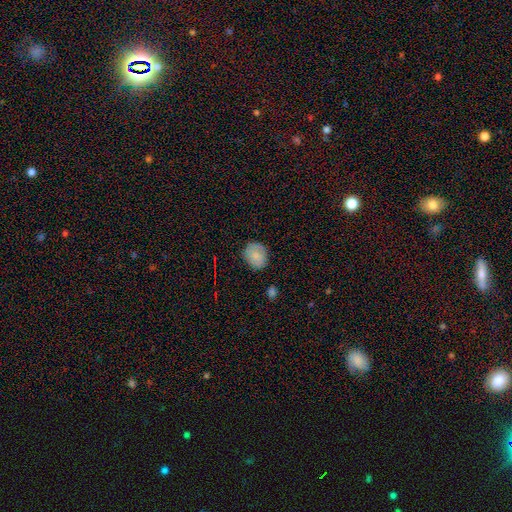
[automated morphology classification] smooth-or-featured: smooth: 80% | featured or disk: 12% | star or artifact: 8%
  how-rounded: round: 61% | in between: 38% | cigar-shaped: 1%
  merging: none: 80% | minor disturbance: 15% | major disturbance: 3% | merger: 1%